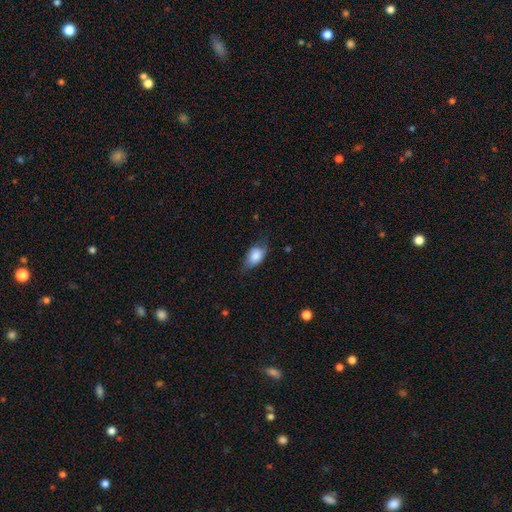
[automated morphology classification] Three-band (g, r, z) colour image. It shows a smooth galaxy with no disk features (77%) that is in between round and cigar-shaped (85%). Merging: none (56%).